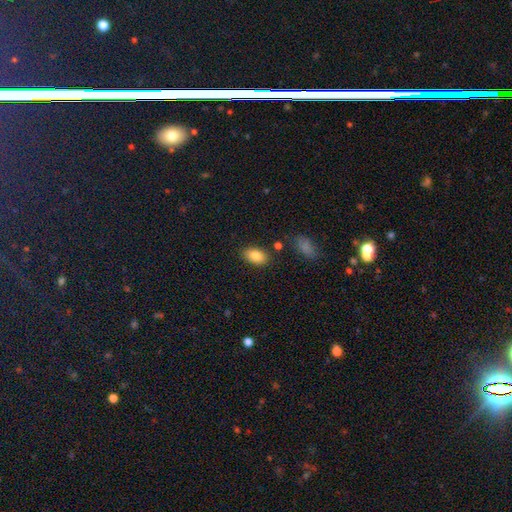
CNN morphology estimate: Smooth or featured?
  - smooth: 86% *
  - star or artifact: 8%
  - featured or disk: 7%
How rounded?
  - in between: 91% *
  - round: 7%
  - cigar-shaped: 2%
Merging?
  - none: 83% *
  - minor disturbance: 11%
  - merger: 3%
  - major disturbance: 3%